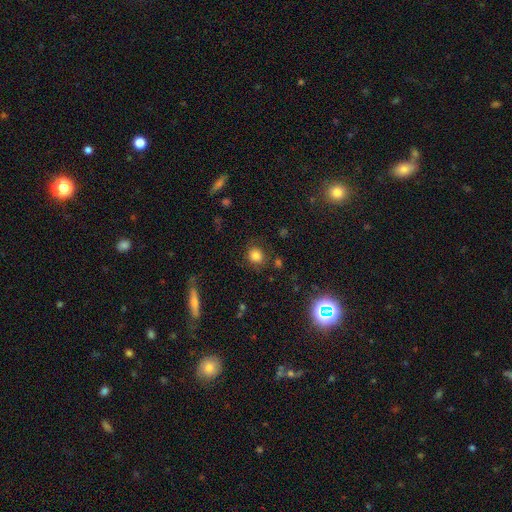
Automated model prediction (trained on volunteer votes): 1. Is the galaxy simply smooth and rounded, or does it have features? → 80% smooth, 13% star or artifact, 7% featured or disk.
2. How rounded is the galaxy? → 77% round, 22% in between, 1% cigar-shaped.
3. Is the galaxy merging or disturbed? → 81% none, 12% minor disturbance, 4% major disturbance, 3% merger.